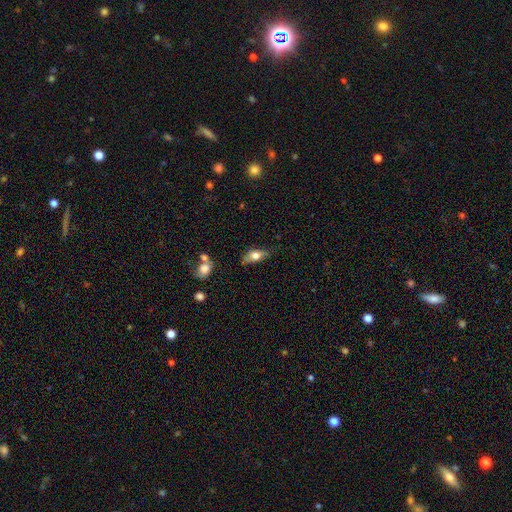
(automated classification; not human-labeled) Smooth or featured? smooth (70%)
How rounded? in between (81%)
Merging? none (60%)